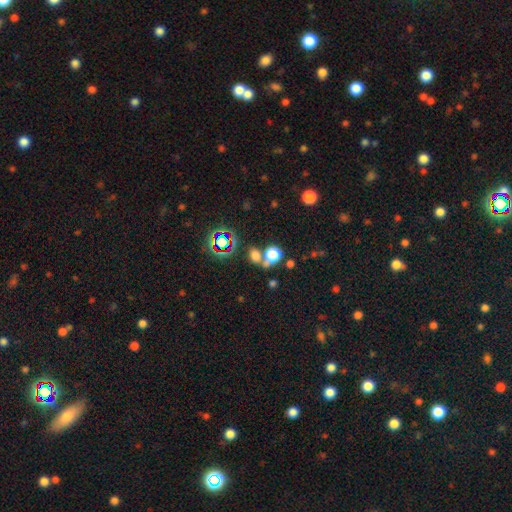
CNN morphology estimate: Smooth or featured? Predicted: smooth (p=0.65). How rounded? Predicted: round (p=0.64). Merging? Predicted: none (p=0.48).